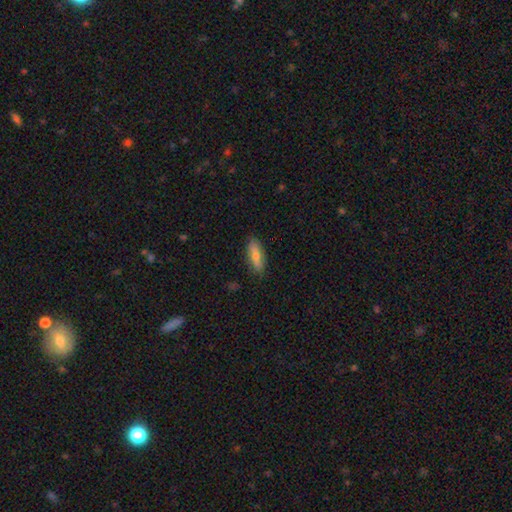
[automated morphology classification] The model was most divided on "how rounded": in between: 50%, cigar-shaped: 47%, round: 3%. More confident: merging — none (86%); smooth or featured — smooth (67%).